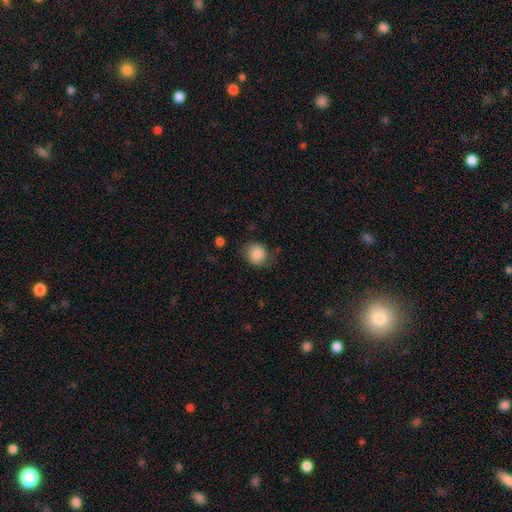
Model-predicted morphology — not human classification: Smooth or featured: smooth — 86% (star or artifact — 8%)
How rounded: round — 79% (in between — 20%)
Merging: none — 74% (minor disturbance — 19%)